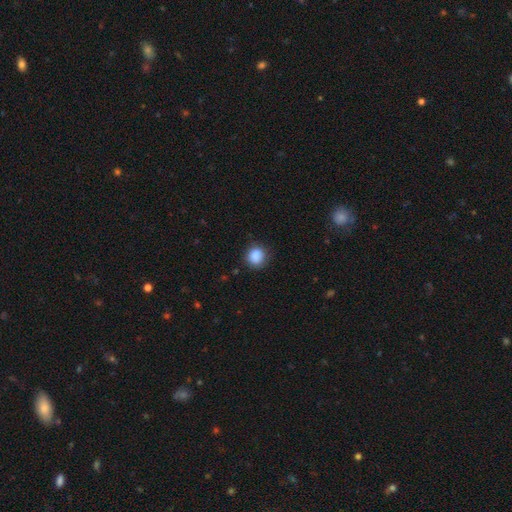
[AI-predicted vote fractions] The model was most divided on "merging": none: 78%, minor disturbance: 16%, major disturbance: 4%, merger: 2%. More confident: smooth or featured — smooth (87%); how rounded — round (81%).